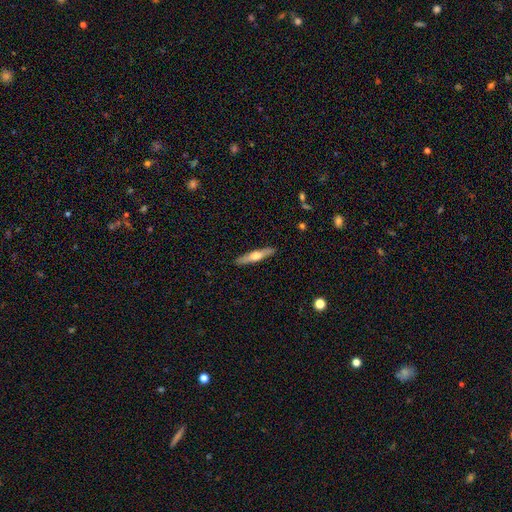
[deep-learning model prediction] smooth-or-featured: featured or disk: 50% | smooth: 45% | star or artifact: 5%
  merging: none: 90% | minor disturbance: 7% | major disturbance: 1% | merger: 1%